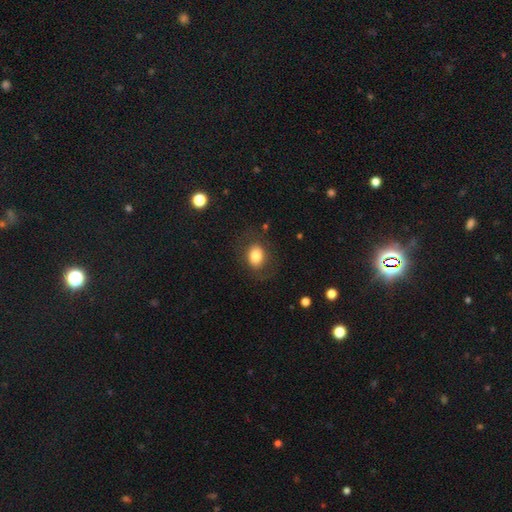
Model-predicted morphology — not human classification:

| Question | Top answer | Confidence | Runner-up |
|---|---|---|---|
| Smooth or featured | smooth | 80% | featured or disk (12%) |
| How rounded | in between | 61% | round (38%) |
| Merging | none | 77% | minor disturbance (14%) |